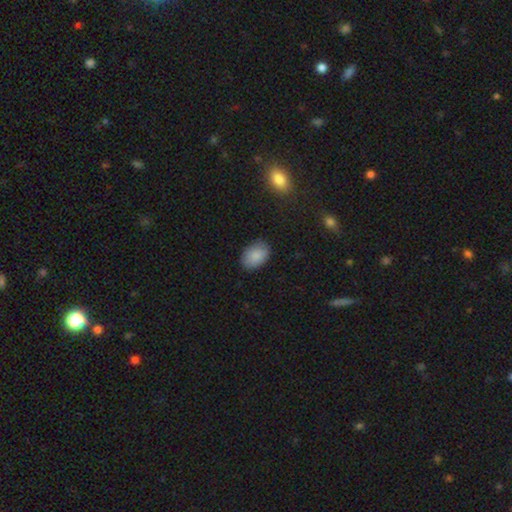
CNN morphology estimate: This is clearly a smooth galaxy (86%). How rounded: clearly in between (82%). Merging: clearly none (84%).